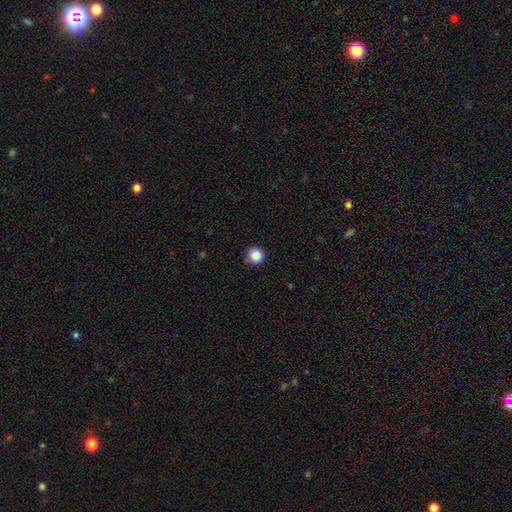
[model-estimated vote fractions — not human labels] Q: Smooth or featured?
A: smooth (87%); runner-up: star or artifact (10%)
Q: How rounded?
A: round (95%); runner-up: in between (4%)
Q: Merging?
A: none (87%); runner-up: minor disturbance (9%)